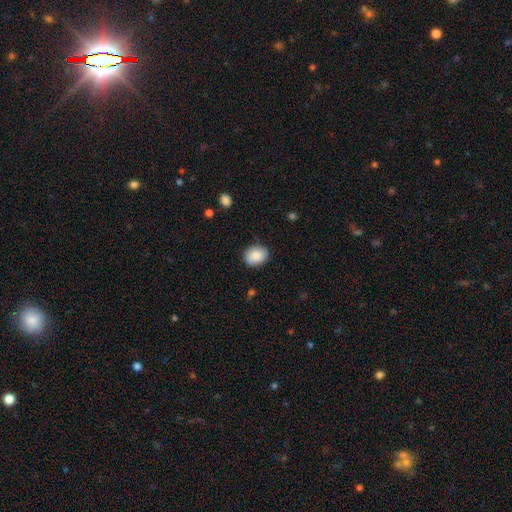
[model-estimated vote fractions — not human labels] Smooth or featured: smooth — 89% (star or artifact — 7%)
How rounded: in between — 53% (round — 46%)
Merging: none — 83% (minor disturbance — 13%)